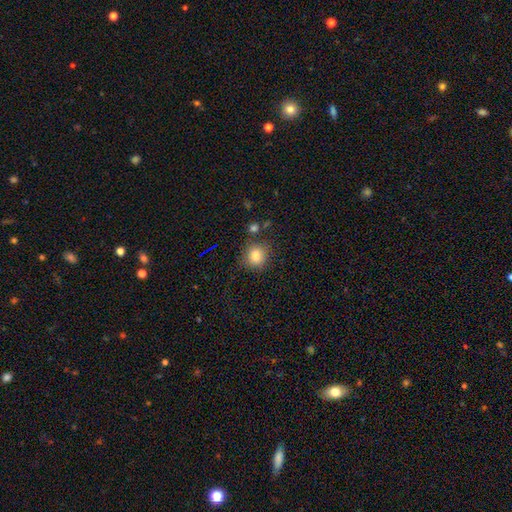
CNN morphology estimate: Overall: smooth (83%). How rounded: round (84%). Merging: none (80%).